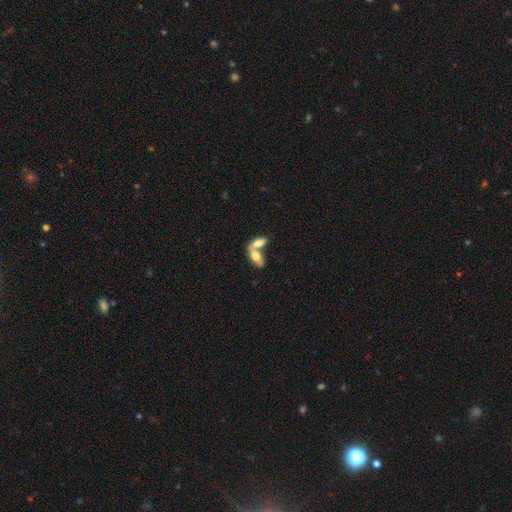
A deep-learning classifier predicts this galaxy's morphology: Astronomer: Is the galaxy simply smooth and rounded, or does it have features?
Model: smooth — 67%.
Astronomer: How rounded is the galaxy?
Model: in between — 83%.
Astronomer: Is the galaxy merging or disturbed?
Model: merger — 70%.